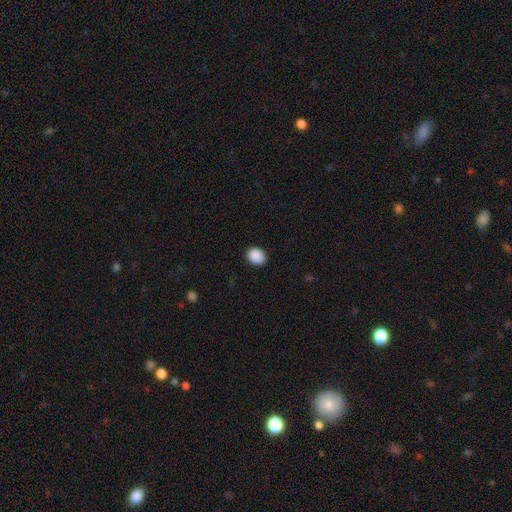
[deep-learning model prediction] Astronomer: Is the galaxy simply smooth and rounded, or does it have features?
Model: smooth — 89%.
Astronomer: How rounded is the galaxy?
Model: round — 51% (runner-up: in between, 48%).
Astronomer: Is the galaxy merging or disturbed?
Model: none — 88%.